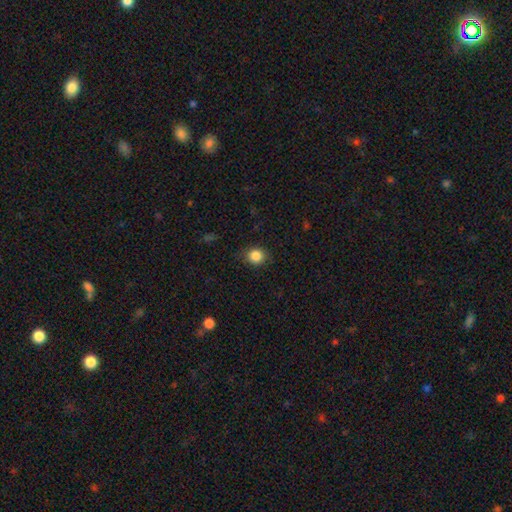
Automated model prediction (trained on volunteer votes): A smooth galaxy with no disk features (85%) that is round (78%). Merging: none (82%).